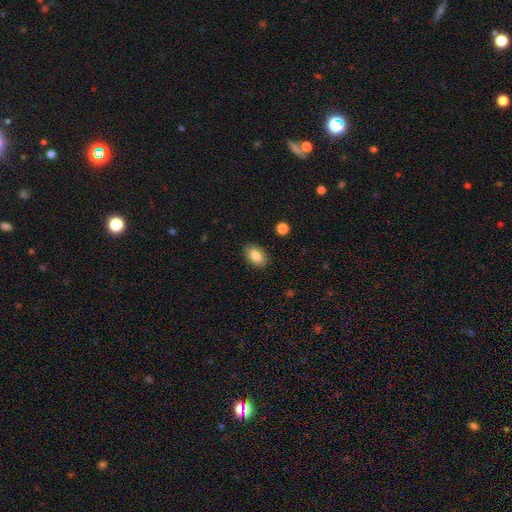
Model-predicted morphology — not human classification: smooth-or-featured: smooth: 85% | star or artifact: 8% | featured or disk: 7%
  how-rounded: in between: 90% | round: 8% | cigar-shaped: 2%
  merging: none: 87% | minor disturbance: 9% | major disturbance: 2% | merger: 1%